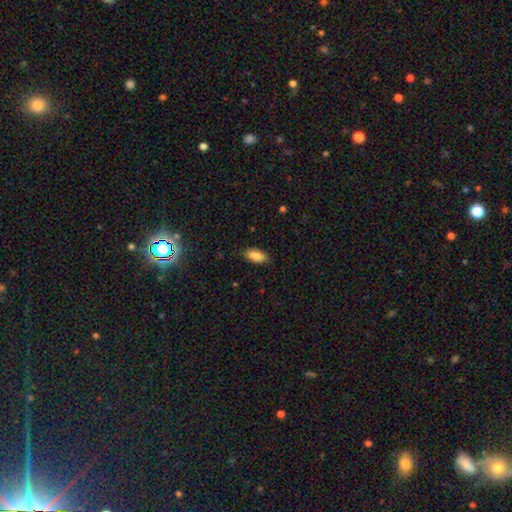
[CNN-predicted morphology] The model was most divided on "merging": none: 86%, minor disturbance: 11%, major disturbance: 2%, merger: 1%. More confident: how rounded — in between (88%); smooth or featured — smooth (85%).